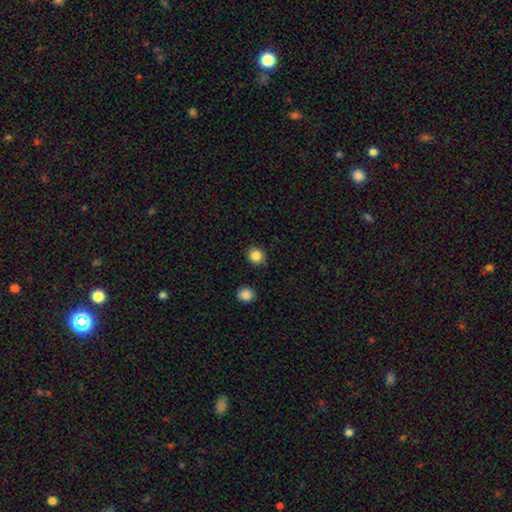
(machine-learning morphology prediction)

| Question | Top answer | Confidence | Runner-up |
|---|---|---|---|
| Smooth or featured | smooth | 85% | star or artifact (11%) |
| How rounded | round | 90% | in between (9%) |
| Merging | none | 89% | minor disturbance (7%) |